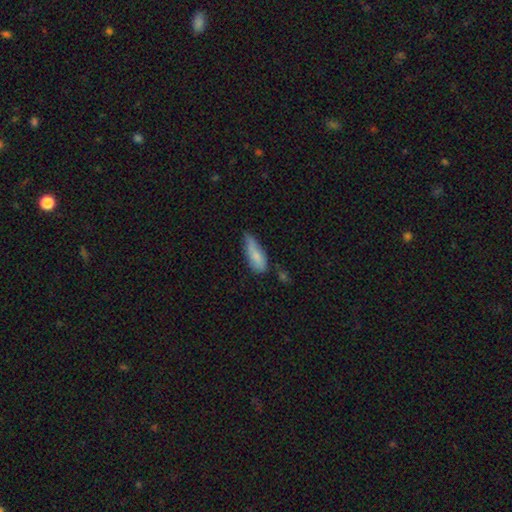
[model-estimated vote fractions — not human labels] Smooth or featured? smooth (76%)
How rounded? in between (62%)
Merging? none (45%)